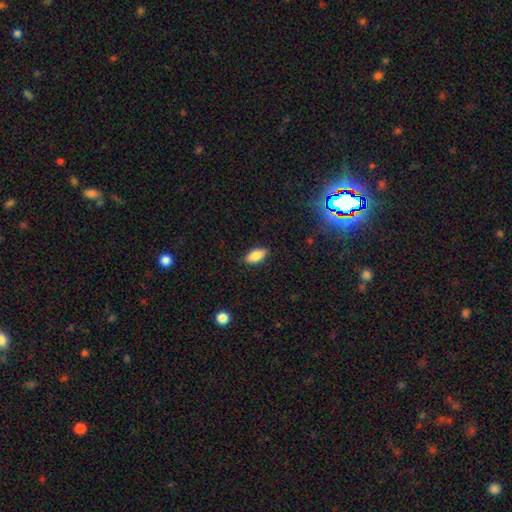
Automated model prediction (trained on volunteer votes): This appears to be a smooth galaxy with no disk features (81%) that is in between round and cigar-shaped (86%). Merging: none (85%).